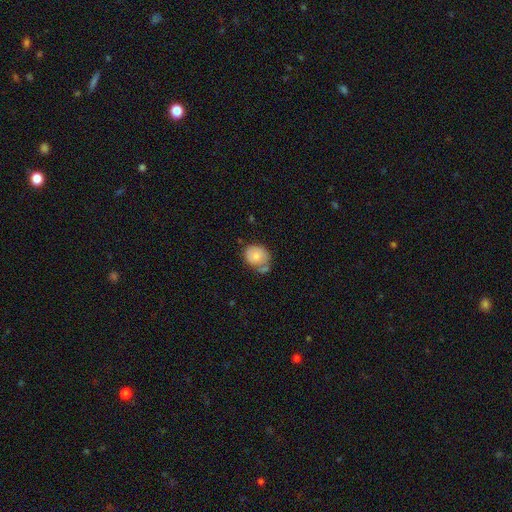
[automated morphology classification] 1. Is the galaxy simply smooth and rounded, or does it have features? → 73% smooth, 20% featured or disk, 8% star or artifact.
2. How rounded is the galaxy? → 54% round, 45% in between, 1% cigar-shaped.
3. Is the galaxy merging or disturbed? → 43% none, 25% minor disturbance, 22% merger, 9% major disturbance.